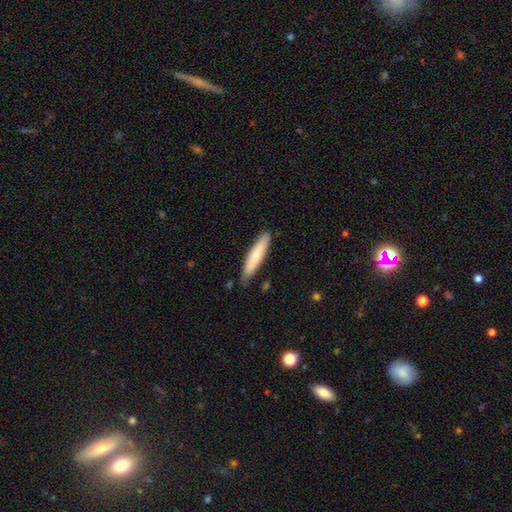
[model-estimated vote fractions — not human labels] smooth-or-featured: smooth: 68% | featured or disk: 26% | star or artifact: 5%
  how-rounded: cigar-shaped: 85% | in between: 14% | round: 1%
  merging: none: 83% | minor disturbance: 13% | major disturbance: 2% | merger: 2%